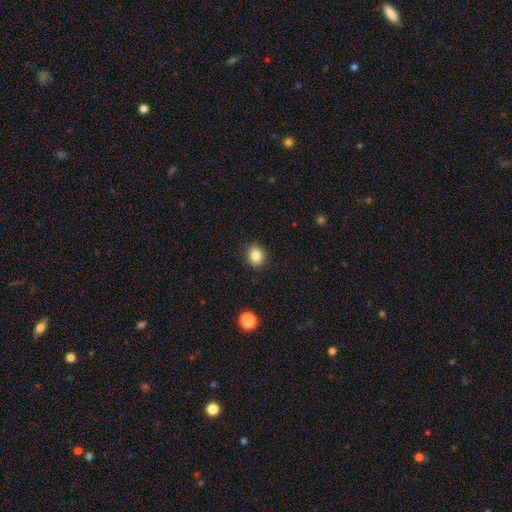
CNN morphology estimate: This appears to be a smooth galaxy with no disk features (85%) that is round (59%). Merging: none (89%).